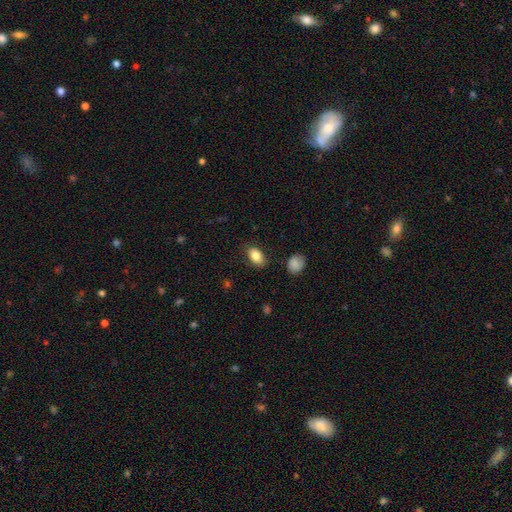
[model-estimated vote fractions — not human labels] Smooth or featured? Predicted: smooth (p=0.83). How rounded? Predicted: in between (p=0.90). Merging? Predicted: none (p=0.83).